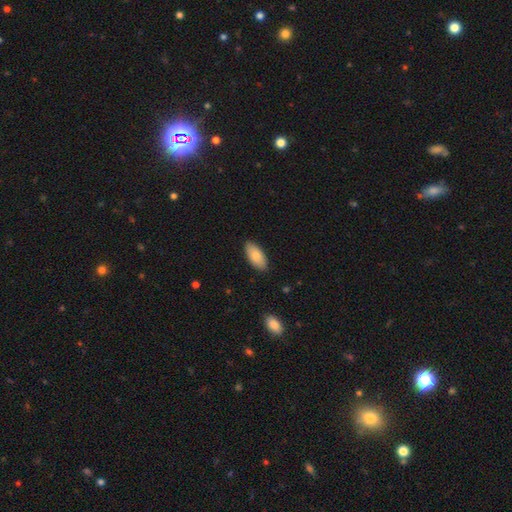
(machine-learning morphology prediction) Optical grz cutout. It shows a smooth galaxy with no disk features (84%) that is in between round and cigar-shaped (91%). Merging: none (87%).